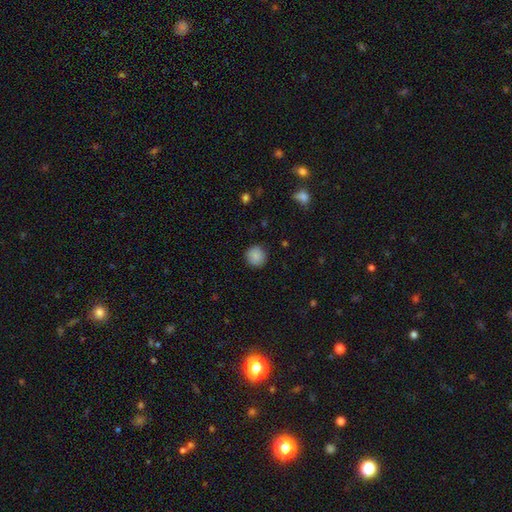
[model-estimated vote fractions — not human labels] Morphology: type=smooth (88%); roundness=round (92%); merging=none (88%).